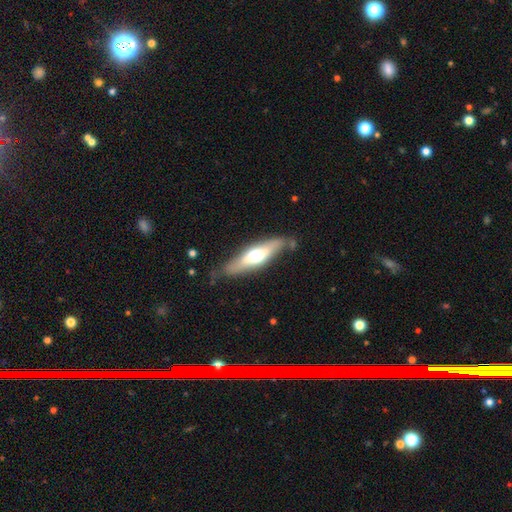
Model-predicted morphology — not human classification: A featured or disk galaxy (50%) viewed edge-on (78%). Merging: none (73%).